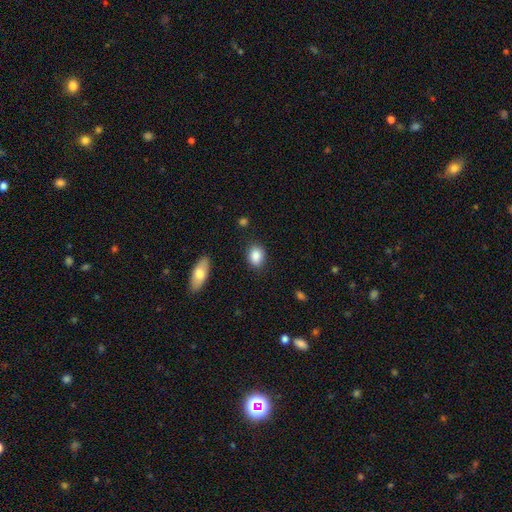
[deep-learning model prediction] A smooth galaxy with no disk features (88%) that is in between round and cigar-shaped (64%). Merging: none (85%).